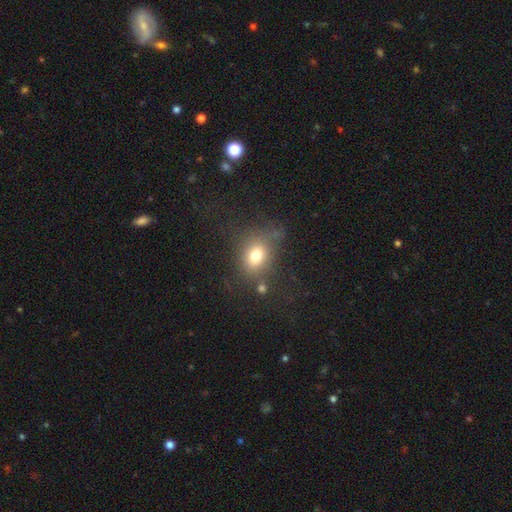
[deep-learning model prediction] This appears to be a smooth galaxy with no disk features (74%) that is in between round and cigar-shaped (51%). Merging: none (64%).